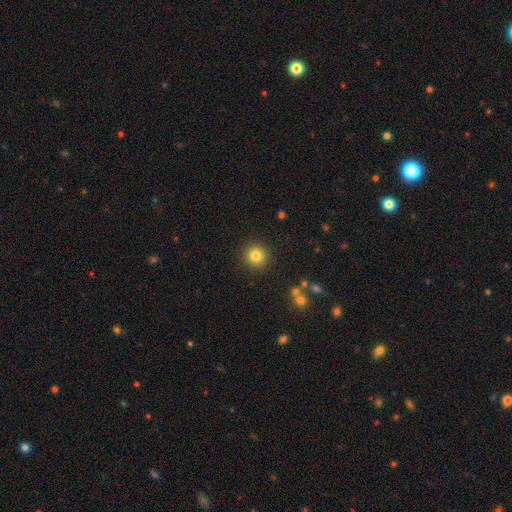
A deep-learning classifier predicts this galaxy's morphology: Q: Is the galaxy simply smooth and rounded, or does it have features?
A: smooth — 82%.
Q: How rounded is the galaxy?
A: round — 94%.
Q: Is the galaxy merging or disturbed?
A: none — 90%.